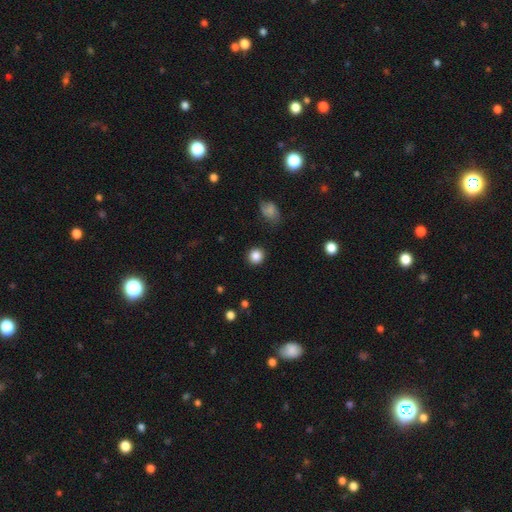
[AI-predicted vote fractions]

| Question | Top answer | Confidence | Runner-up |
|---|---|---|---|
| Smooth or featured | smooth | 86% | star or artifact (10%) |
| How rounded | round | 89% | in between (10%) |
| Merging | none | 89% | minor disturbance (7%) |